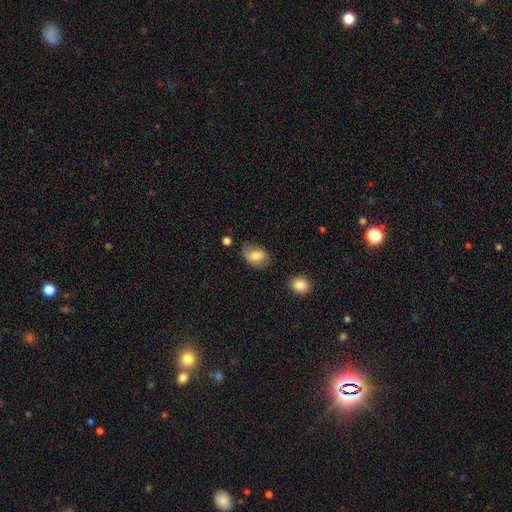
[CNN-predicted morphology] Overall: smooth (69%). How rounded: in between (78%). Merging: none (65%; minor disturbance 25%).